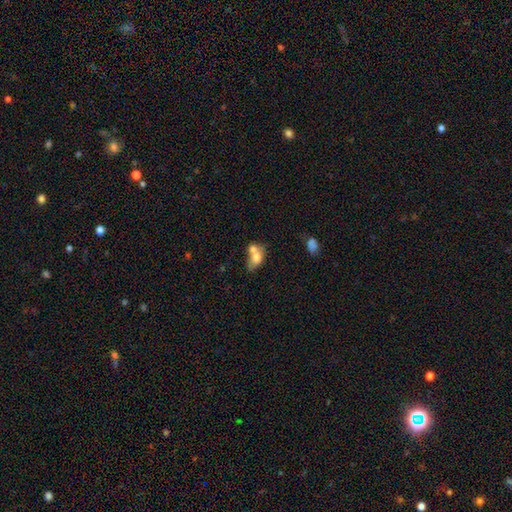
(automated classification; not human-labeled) Smooth or featured: smooth — 70% (featured or disk — 22%)
How rounded: in between — 76% (round — 21%)
Merging: merger — 61% (none — 22%)